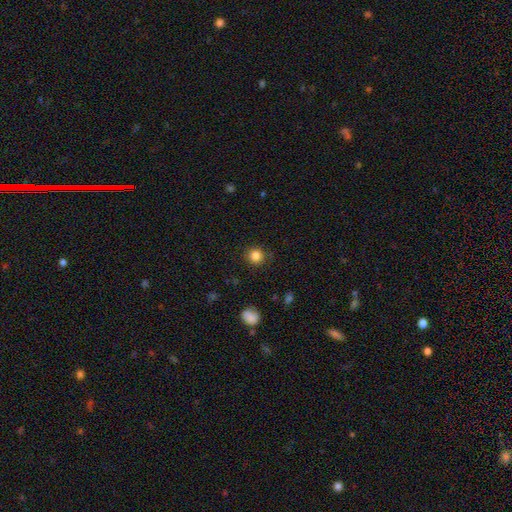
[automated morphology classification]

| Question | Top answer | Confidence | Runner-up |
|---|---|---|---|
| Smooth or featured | smooth | 84% | star or artifact (11%) |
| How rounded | round | 91% | in between (8%) |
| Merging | none | 87% | minor disturbance (9%) |